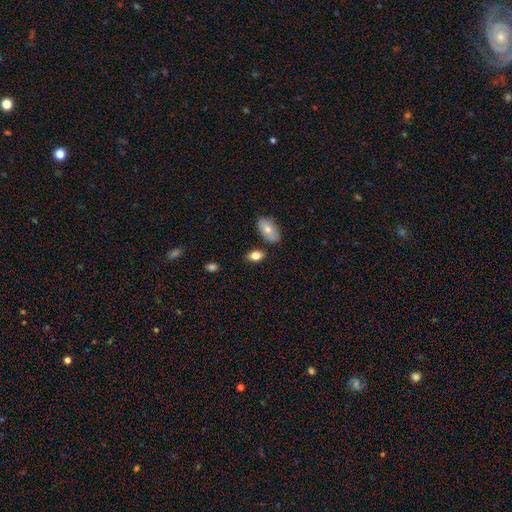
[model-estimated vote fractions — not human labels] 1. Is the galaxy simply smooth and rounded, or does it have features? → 80% smooth, 13% featured or disk, 8% star or artifact.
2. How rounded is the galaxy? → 88% in between, 9% round, 3% cigar-shaped.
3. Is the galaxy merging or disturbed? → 75% none, 13% minor disturbance, 9% merger, 3% major disturbance.